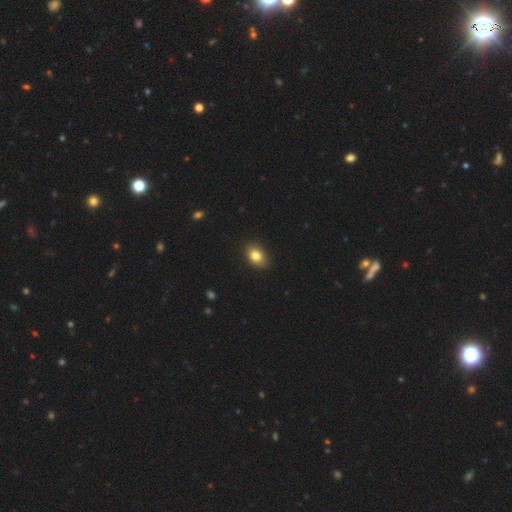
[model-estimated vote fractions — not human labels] smooth-or-featured: smooth: 82% | star or artifact: 10% | featured or disk: 8%
  how-rounded: in between: 75% | round: 24% | cigar-shaped: 1%
  merging: none: 88% | minor disturbance: 9% | major disturbance: 2% | merger: 1%